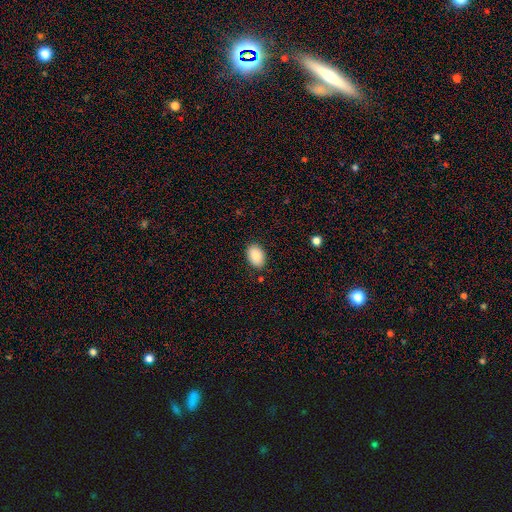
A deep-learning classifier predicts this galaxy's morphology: This appears to be a smooth galaxy with no disk features (88%) that is in between round and cigar-shaped (84%). Merging: none (85%).